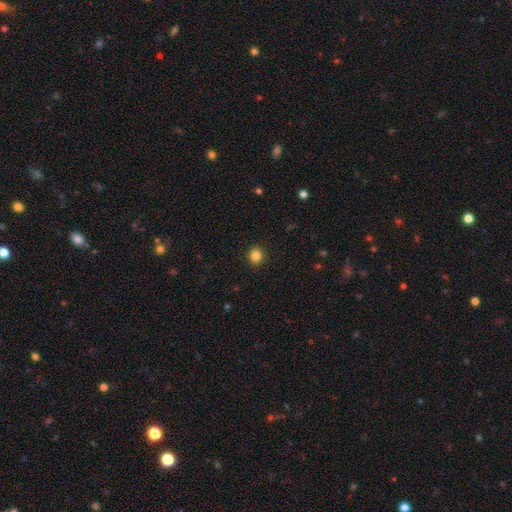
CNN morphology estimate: Smooth or featured? Predicted: smooth (p=0.85). How rounded? Predicted: round (p=0.82). Merging? Predicted: none (p=0.92).